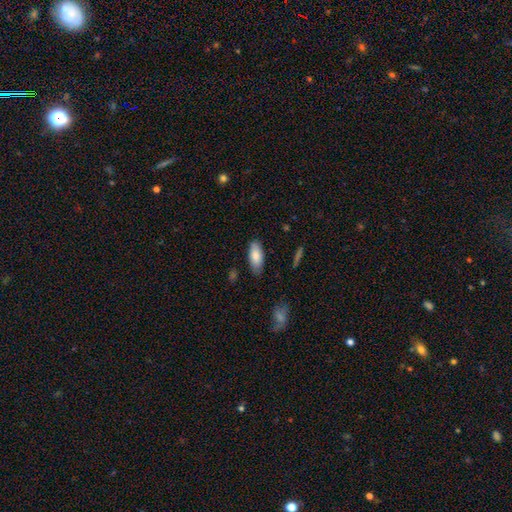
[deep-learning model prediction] Morphology: type=smooth (83%); roundness=in between (86%); merging=none (81%).